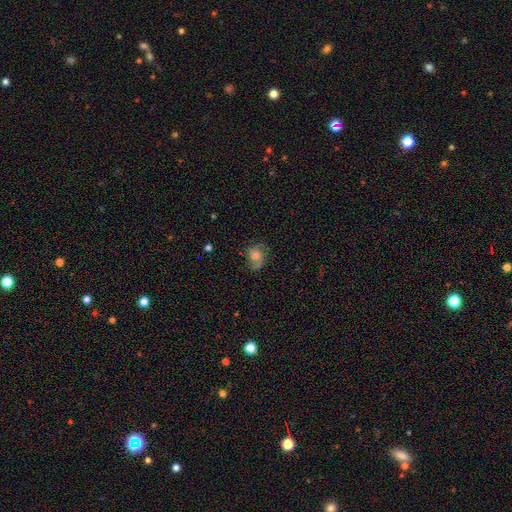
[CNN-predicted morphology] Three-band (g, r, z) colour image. It shows a smooth galaxy with no disk features (45%). Merging: none (63%).